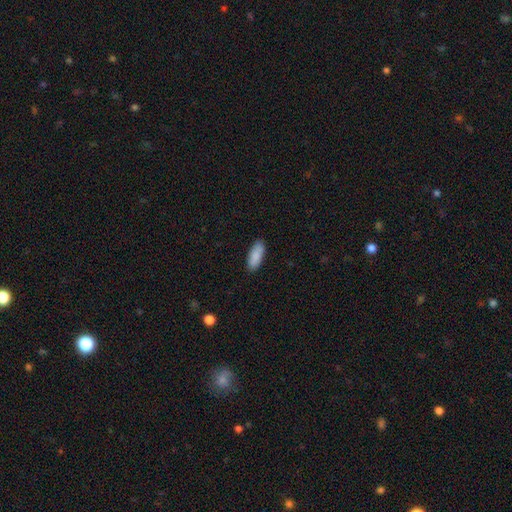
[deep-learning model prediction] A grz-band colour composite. It shows a smooth galaxy with no disk features (89%) that is in between round and cigar-shaped (77%). Merging: none (88%).